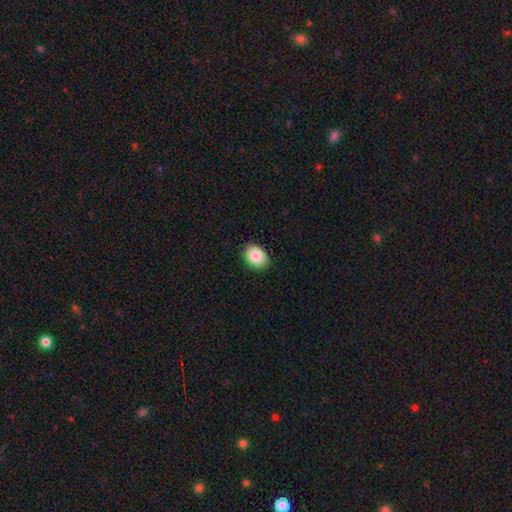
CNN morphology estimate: A smooth galaxy with no disk features (85%) that is in between round and cigar-shaped (69%). Merging: none (90%).